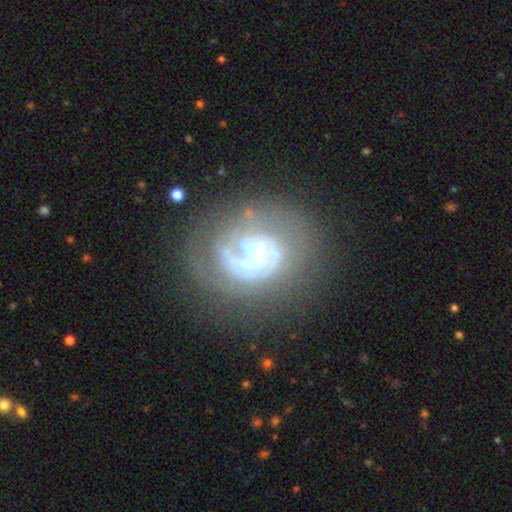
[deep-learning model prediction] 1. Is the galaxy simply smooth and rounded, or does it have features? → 83% featured or disk, 10% smooth, 7% star or artifact.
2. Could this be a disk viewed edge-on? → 98% no, 2% yes.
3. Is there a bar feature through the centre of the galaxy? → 51% no, 36% weak, 12% strong.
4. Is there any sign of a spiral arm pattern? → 91% yes, 9% no.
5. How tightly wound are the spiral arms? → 54% tight, 34% medium, 12% loose.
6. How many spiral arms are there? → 32% 2, 23% can't tell, 19% 3, 16% 1, 5% 4, 5% more than 4.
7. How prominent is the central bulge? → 50% small, 26% moderate, 15% none, 7% large, 2% dominant.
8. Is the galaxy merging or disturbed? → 60% none, 19% major disturbance, 17% minor disturbance, 3% merger.